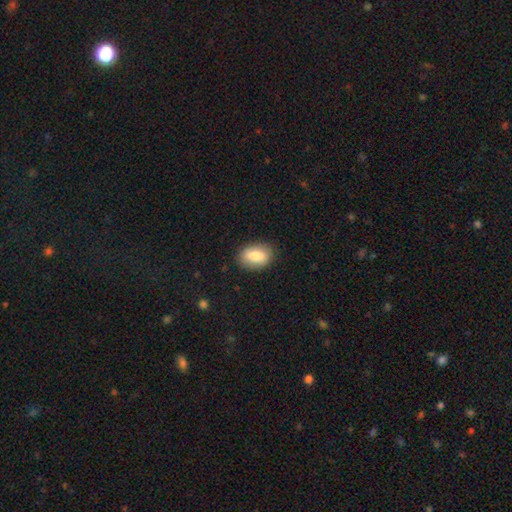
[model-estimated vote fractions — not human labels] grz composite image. It shows a smooth galaxy with no disk features (80%) that is in between round and cigar-shaped (83%). Merging: none (85%).